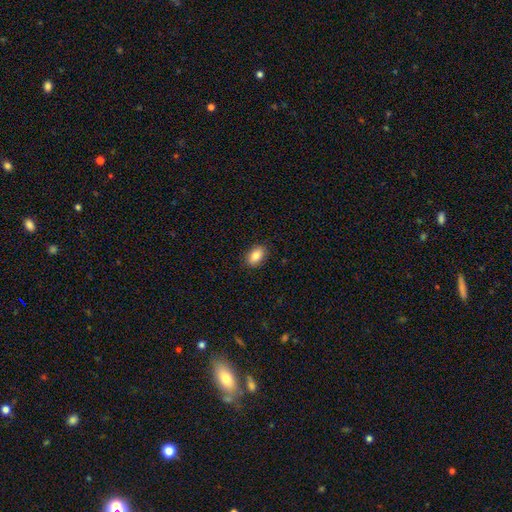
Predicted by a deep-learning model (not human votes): smooth-or-featured: smooth: 87% | star or artifact: 8% | featured or disk: 6%
  how-rounded: in between: 89% | round: 9% | cigar-shaped: 2%
  merging: none: 88% | minor disturbance: 9% | major disturbance: 2% | merger: 1%